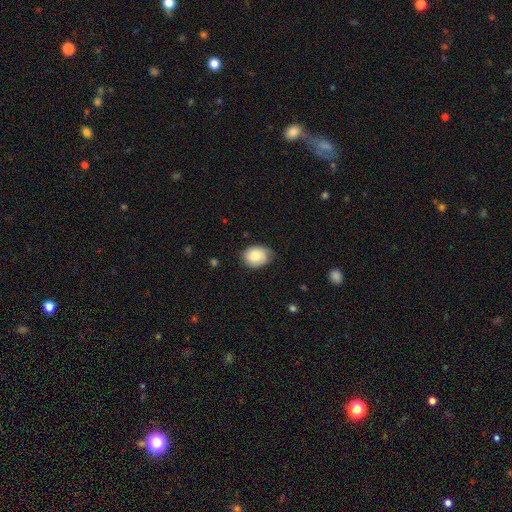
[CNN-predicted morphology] Smooth or featured? smooth (77%)
How rounded? in between (55%)
Merging? none (69%)